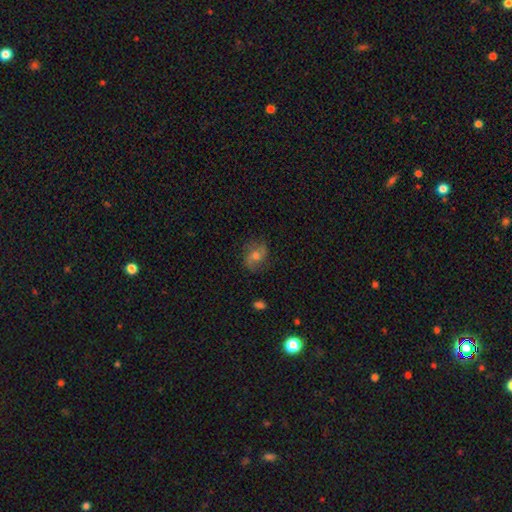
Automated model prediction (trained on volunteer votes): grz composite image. It shows a featured or disk galaxy (58%) with no bar (61%), spiral arms (88%) and a moderate central bulge (64%). Merging: none (76%).